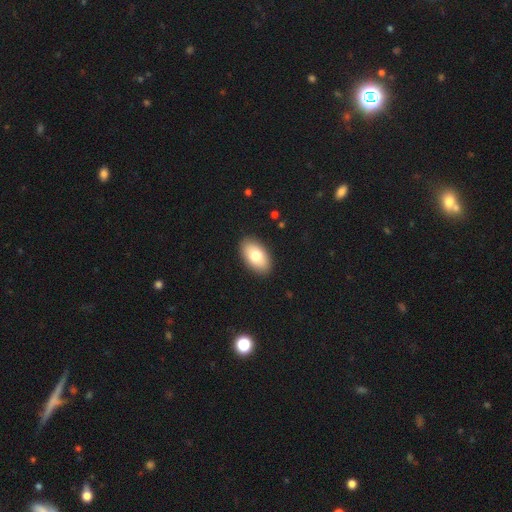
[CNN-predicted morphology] smooth-or-featured: smooth: 78% | featured or disk: 16% | star or artifact: 6%
  how-rounded: in between: 95% | round: 4% | cigar-shaped: 2%
  merging: none: 90% | minor disturbance: 7% | major disturbance: 2% | merger: 1%